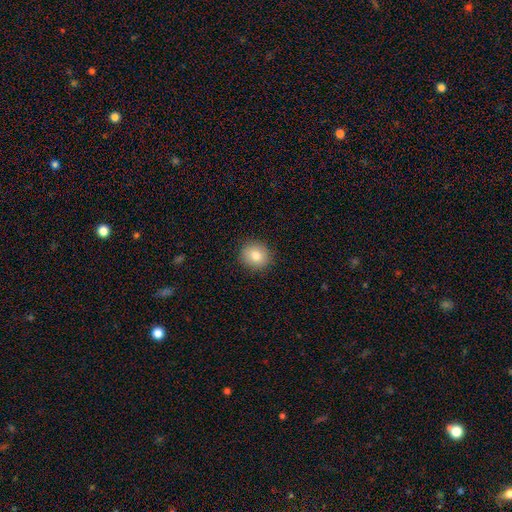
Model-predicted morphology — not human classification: Smooth or featured: smooth — 81% (star or artifact — 9%)
How rounded: round — 83% (in between — 16%)
Merging: none — 90% (minor disturbance — 7%)